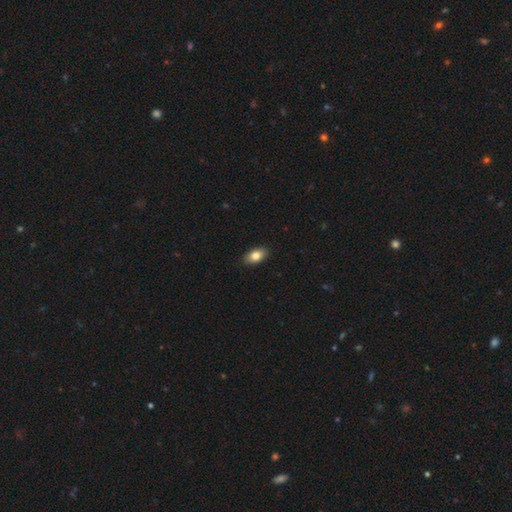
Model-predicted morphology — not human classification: A smooth galaxy with no disk features (83%) that is in between round and cigar-shaped (91%). Merging: none (89%).